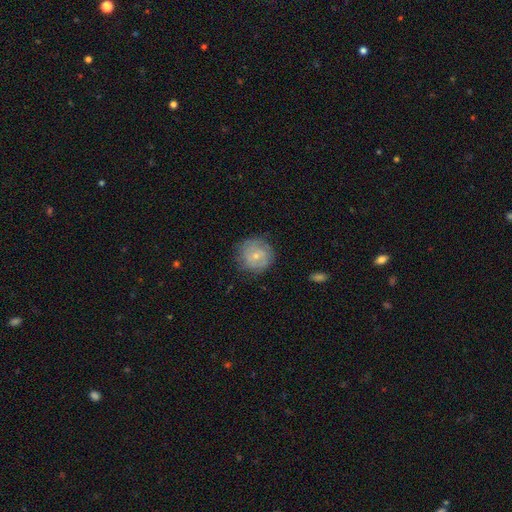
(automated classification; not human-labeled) smooth 52%, featured or disk 40%, star or artifact 8%. Down the decision tree: how rounded — round (91%); merging — none (74%).